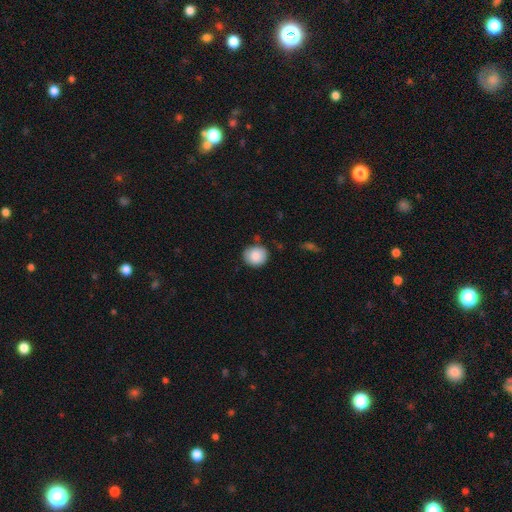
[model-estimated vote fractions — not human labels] Smooth or featured?
  - smooth: 86% *
  - star or artifact: 7%
  - featured or disk: 6%
How rounded?
  - round: 81% *
  - in between: 18%
  - cigar-shaped: 1%
Merging?
  - none: 82% *
  - minor disturbance: 14%
  - major disturbance: 3%
  - merger: 2%